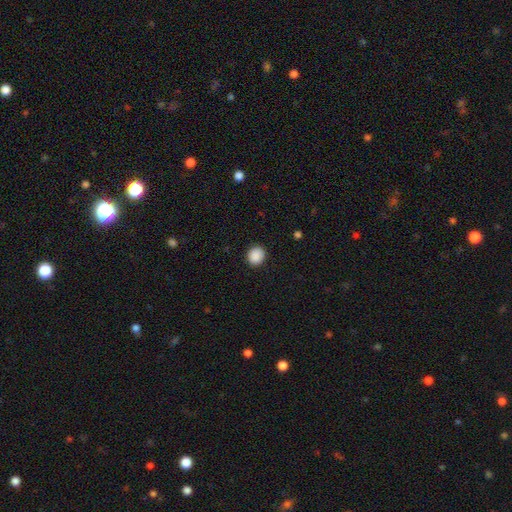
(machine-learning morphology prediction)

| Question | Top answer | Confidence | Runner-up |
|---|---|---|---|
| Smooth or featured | smooth | 89% | star or artifact (8%) |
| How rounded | round | 81% | in between (18%) |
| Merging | none | 91% | minor disturbance (6%) |